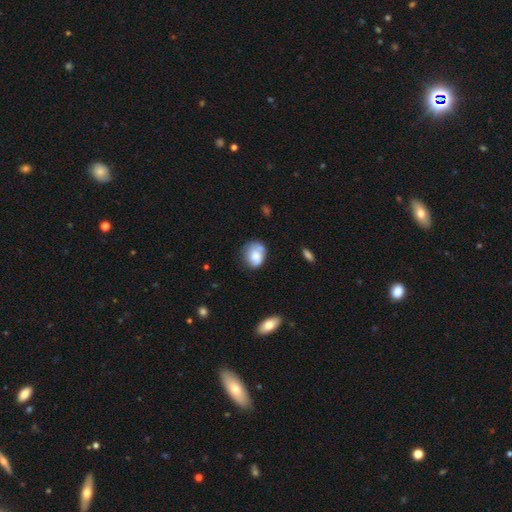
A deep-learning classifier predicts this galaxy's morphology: Overall: smooth (67%). How rounded: round (54%; in between 45%). Merging: none (46%; minor disturbance 31%).